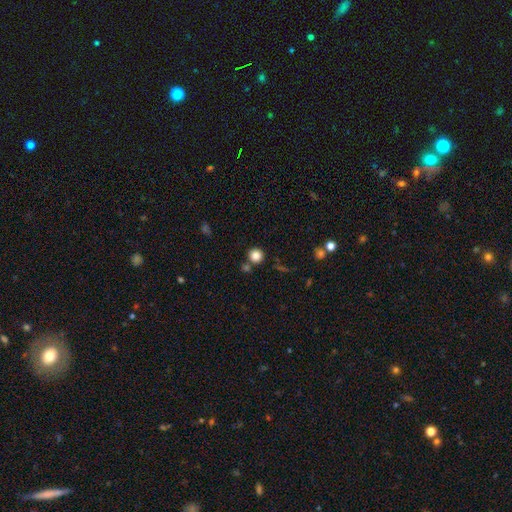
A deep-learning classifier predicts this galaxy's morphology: Smooth or featured? Predicted: smooth (p=0.84). How rounded? Predicted: round (p=0.94). Merging? Predicted: none (p=0.80).